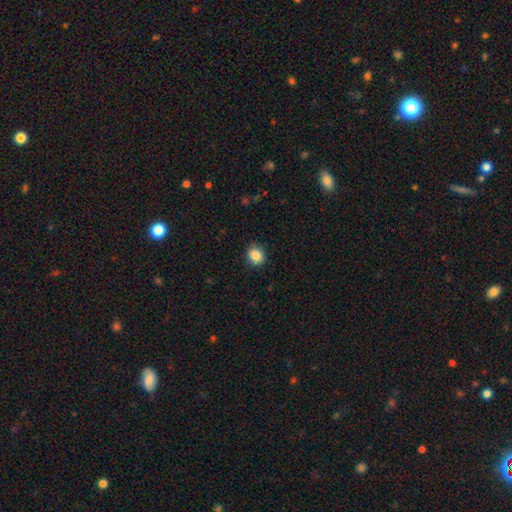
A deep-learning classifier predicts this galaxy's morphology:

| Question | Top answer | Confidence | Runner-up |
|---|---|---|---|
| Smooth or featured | smooth | 86% | star or artifact (10%) |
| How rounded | round | 80% | in between (19%) |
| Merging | none | 87% | minor disturbance (10%) |